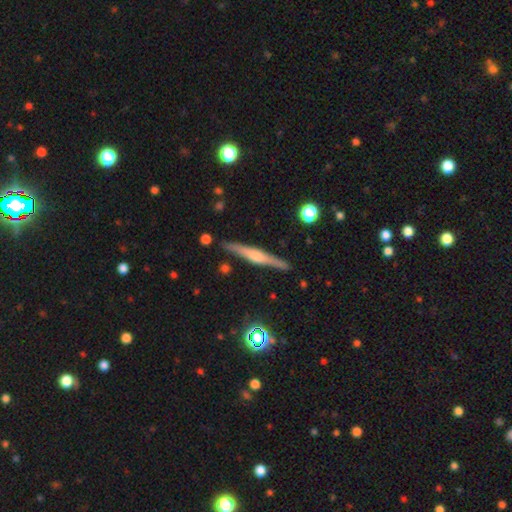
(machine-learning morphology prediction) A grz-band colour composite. It shows a featured or disk galaxy (77%) viewed edge-on (98%) with a rounded central bulge (77%). Merging: none (89%).